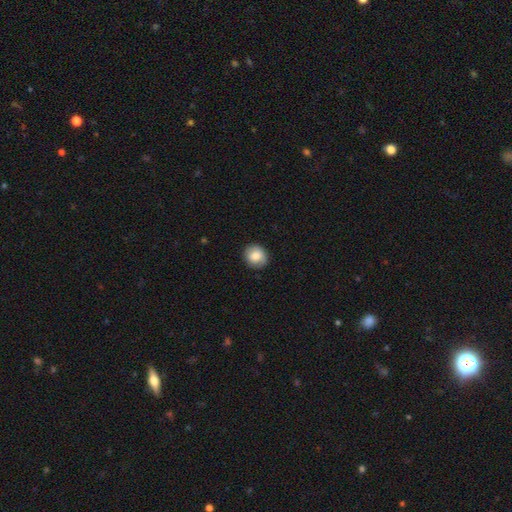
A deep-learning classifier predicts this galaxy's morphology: The model was most divided on "how rounded": round: 81%, in between: 18%, cigar-shaped: 1%. More confident: merging — none (87%); smooth or featured — smooth (78%).